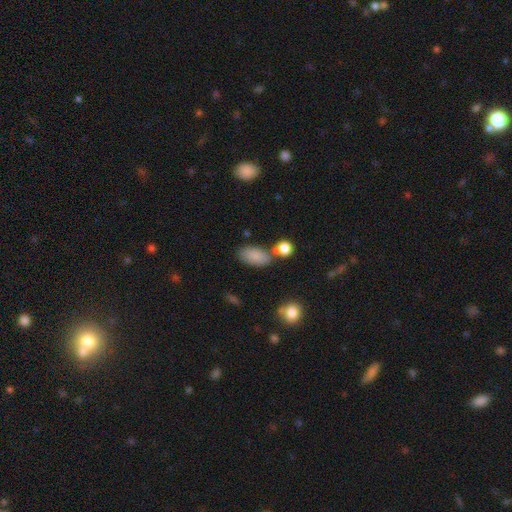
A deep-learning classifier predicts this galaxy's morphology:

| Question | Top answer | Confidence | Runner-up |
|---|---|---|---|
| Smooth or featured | smooth | 83% | star or artifact (9%) |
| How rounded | in between | 92% | round (5%) |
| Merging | none | 62% | minor disturbance (17%) |